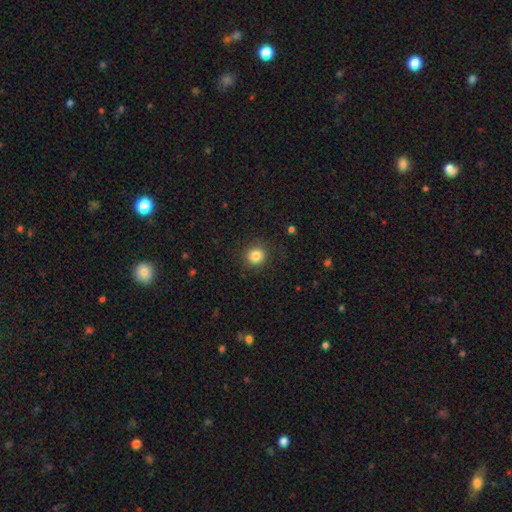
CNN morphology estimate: This appears to be a smooth galaxy with no disk features (84%) that is round (90%). Merging: none (88%).